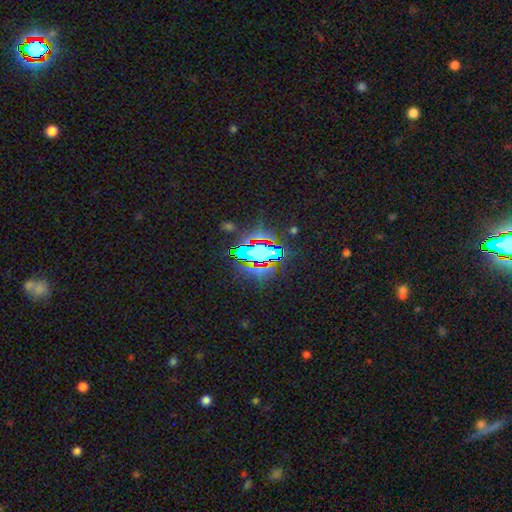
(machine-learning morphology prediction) A star or artifact, not a galaxy (67%).